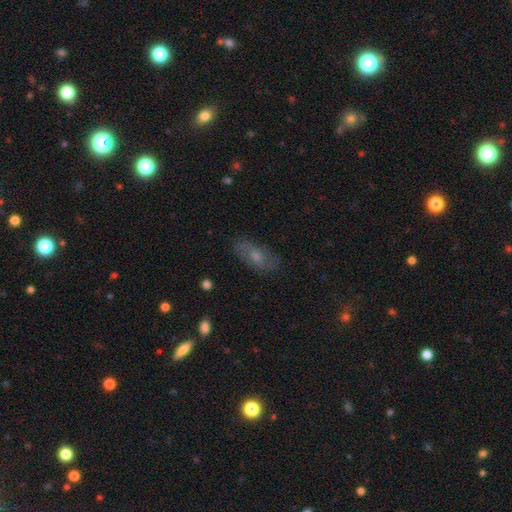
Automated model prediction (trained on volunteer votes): Overall: smooth (49%; featured or disk 40%). Merging: none (78%).